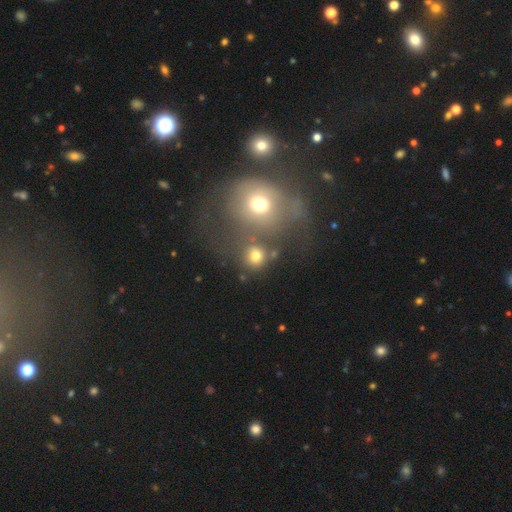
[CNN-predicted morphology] Overall: smooth (74%). How rounded: round (86%). Merging: none (56%; merger 28%).